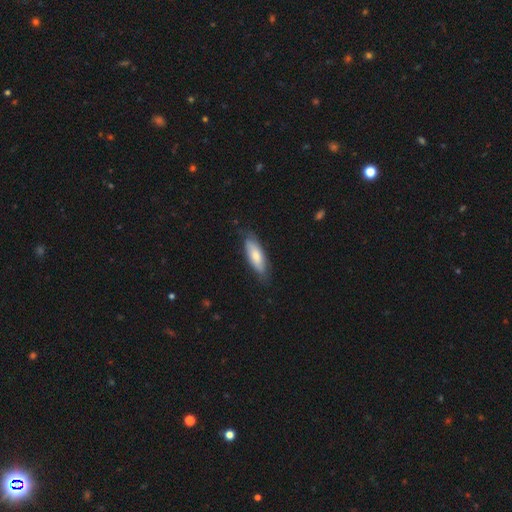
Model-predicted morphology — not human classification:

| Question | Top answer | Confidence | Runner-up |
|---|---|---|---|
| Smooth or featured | smooth | 70% | featured or disk (25%) |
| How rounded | in between | 60% | cigar-shaped (38%) |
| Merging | none | 75% | minor disturbance (20%) |